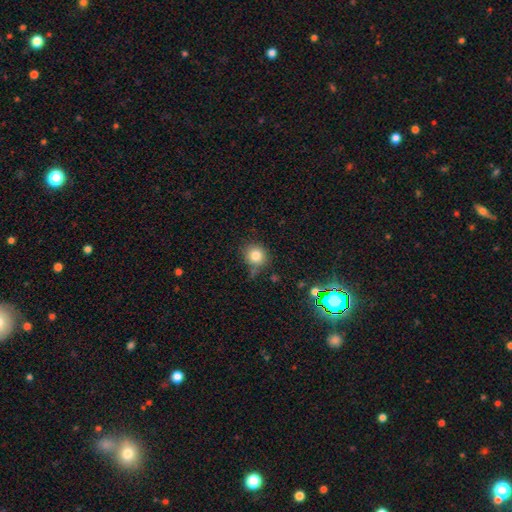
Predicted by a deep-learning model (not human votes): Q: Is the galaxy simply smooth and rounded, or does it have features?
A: smooth — 81%.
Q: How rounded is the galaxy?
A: round — 87%.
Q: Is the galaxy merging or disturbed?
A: none — 70%.